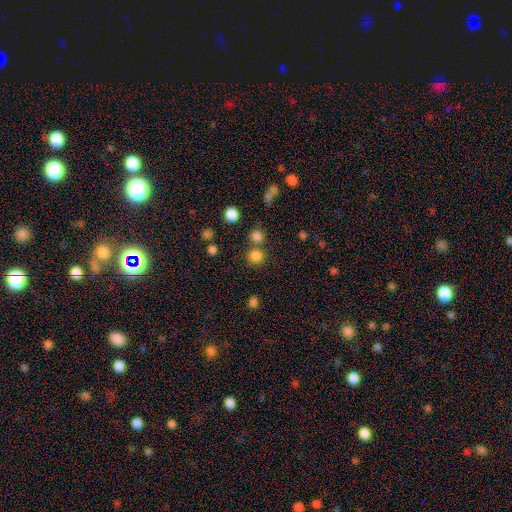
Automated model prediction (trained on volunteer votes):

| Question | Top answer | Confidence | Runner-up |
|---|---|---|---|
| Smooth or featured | smooth | 79% | star or artifact (16%) |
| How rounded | round | 92% | in between (7%) |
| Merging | none | 72% | merger (18%) |